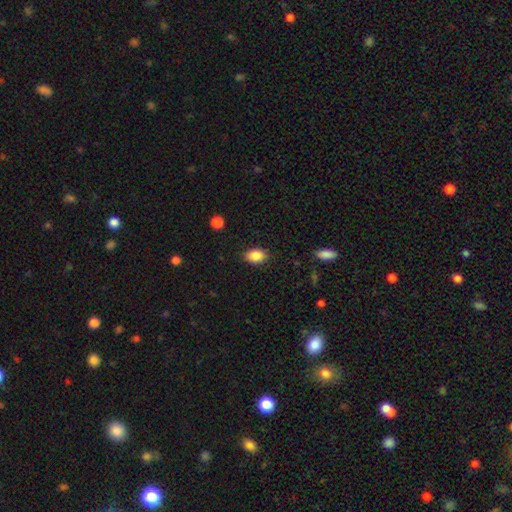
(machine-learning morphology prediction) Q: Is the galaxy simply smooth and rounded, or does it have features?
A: smooth — 87%.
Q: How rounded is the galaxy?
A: in between — 82%.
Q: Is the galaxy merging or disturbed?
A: none — 86%.